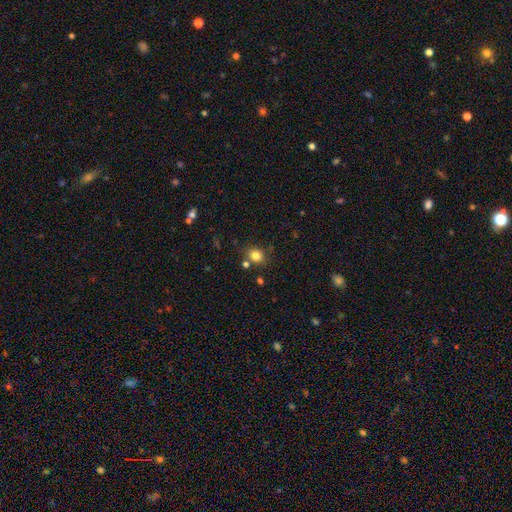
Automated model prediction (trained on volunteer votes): smooth_or_featured: smooth (p=0.82) [alt: star or artifact p=0.12]
how_rounded: round (p=0.64) [alt: in between p=0.35]
merging: none (p=0.75) [alt: minor disturbance p=0.12]